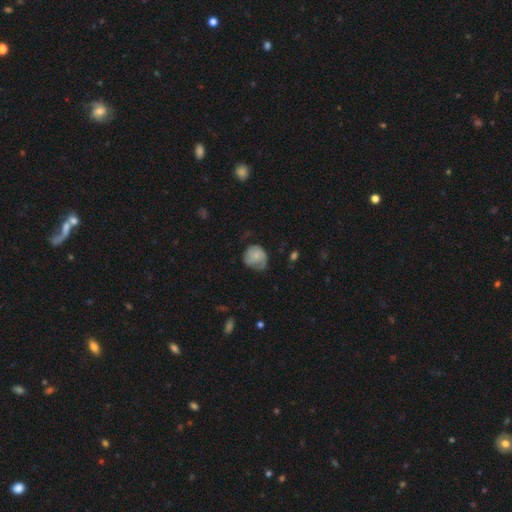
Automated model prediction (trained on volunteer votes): Smooth or featured?
  - smooth: 57% *
  - featured or disk: 36%
  - star or artifact: 7%
How rounded?
  - round: 71% *
  - in between: 28%
  - cigar-shaped: 1%
Merging?
  - none: 44% *
  - minor disturbance: 36%
  - major disturbance: 19%
  - merger: 2%